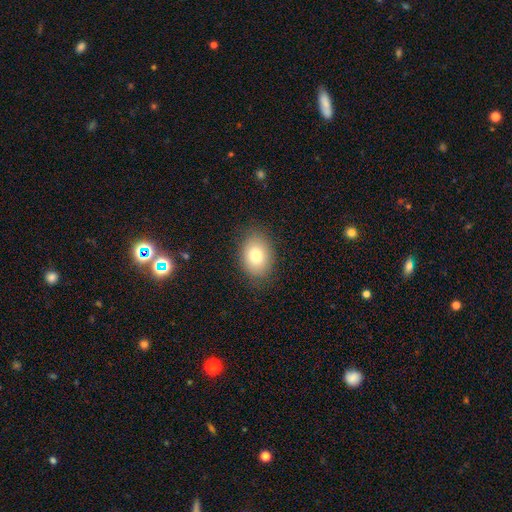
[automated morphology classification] Smooth or featured?
  - smooth: 80% *
  - featured or disk: 11%
  - star or artifact: 9%
How rounded?
  - in between: 71% *
  - round: 28%
  - cigar-shaped: 1%
Merging?
  - none: 84% *
  - minor disturbance: 11%
  - major disturbance: 3%
  - merger: 1%